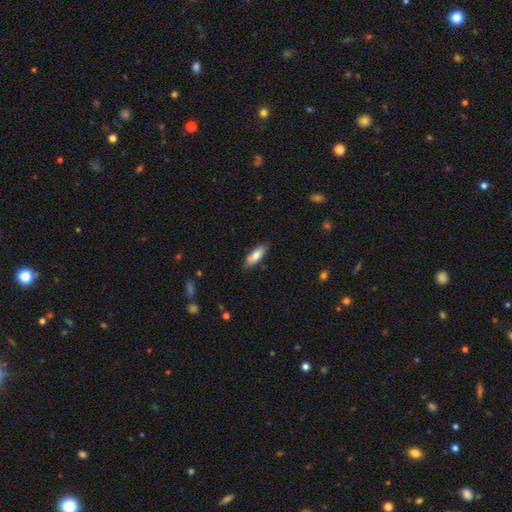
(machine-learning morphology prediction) This appears to be a smooth galaxy with no disk features (78%) that is in between round and cigar-shaped (61%). Merging: none (78%).